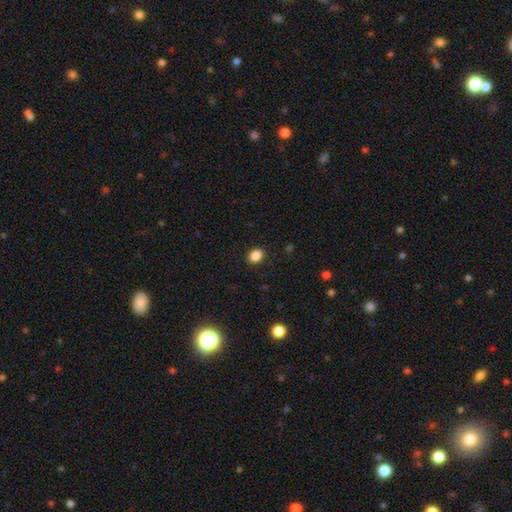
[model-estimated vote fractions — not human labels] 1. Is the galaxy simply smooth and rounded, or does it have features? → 87% smooth, 10% star or artifact, 3% featured or disk.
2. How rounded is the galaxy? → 59% in between, 40% round, 1% cigar-shaped.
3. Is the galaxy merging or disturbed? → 89% none, 8% minor disturbance, 2% major disturbance, 1% merger.